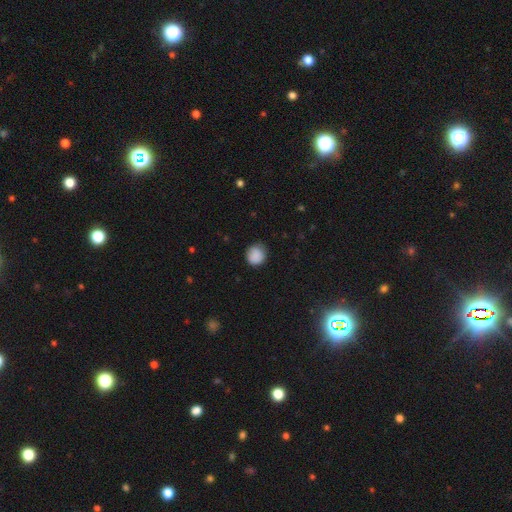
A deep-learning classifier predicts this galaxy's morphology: type=smooth (88%); roundness=round (89%); merging=none (81%).